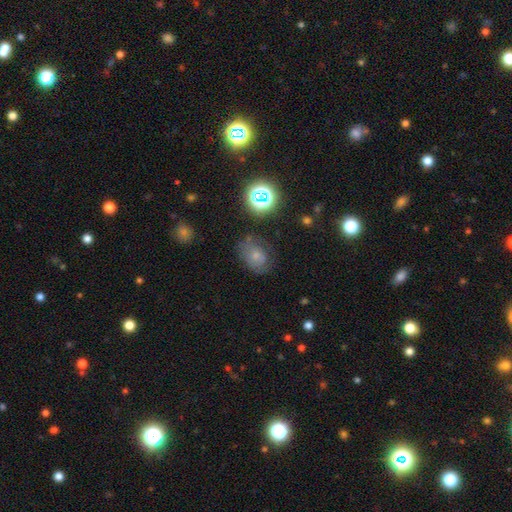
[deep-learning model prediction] smooth-or-featured: smooth: 60% | featured or disk: 21% | star or artifact: 19%
  how-rounded: in between: 66% | round: 32% | cigar-shaped: 1%
  merging: none: 56% | minor disturbance: 28% | major disturbance: 13% | merger: 4%